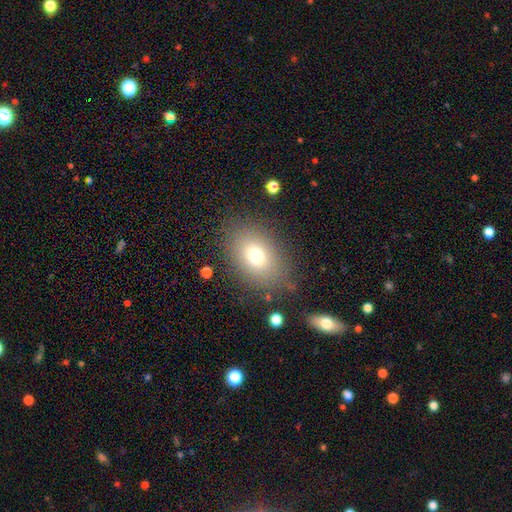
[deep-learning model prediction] This appears to be a smooth galaxy with no disk features (72%) that is in between round and cigar-shaped (72%). Merging: none (80%).